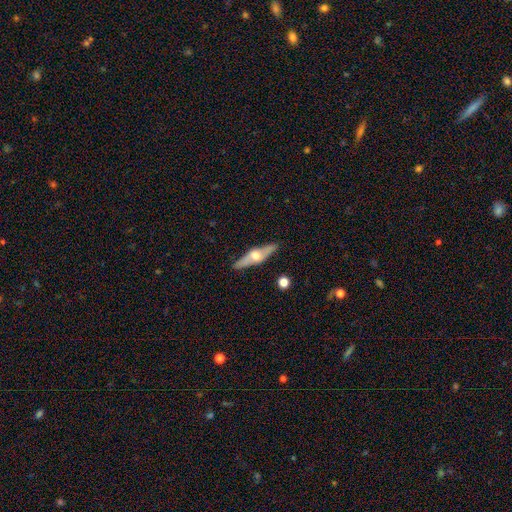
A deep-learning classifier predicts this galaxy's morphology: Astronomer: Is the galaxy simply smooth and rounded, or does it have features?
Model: featured or disk — 67%.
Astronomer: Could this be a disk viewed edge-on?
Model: yes — 92%.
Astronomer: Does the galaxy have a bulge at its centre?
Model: rounded — 94%.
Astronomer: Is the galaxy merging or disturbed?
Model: none — 88%.